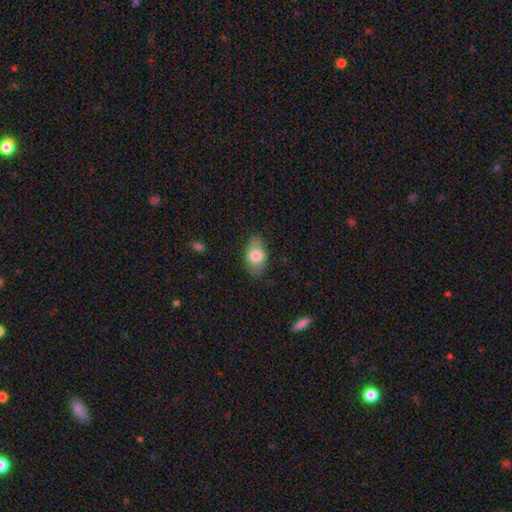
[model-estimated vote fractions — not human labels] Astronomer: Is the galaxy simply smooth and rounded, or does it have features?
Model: smooth — 72%.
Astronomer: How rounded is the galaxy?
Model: in between — 89%.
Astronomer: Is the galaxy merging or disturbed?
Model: none — 73%.